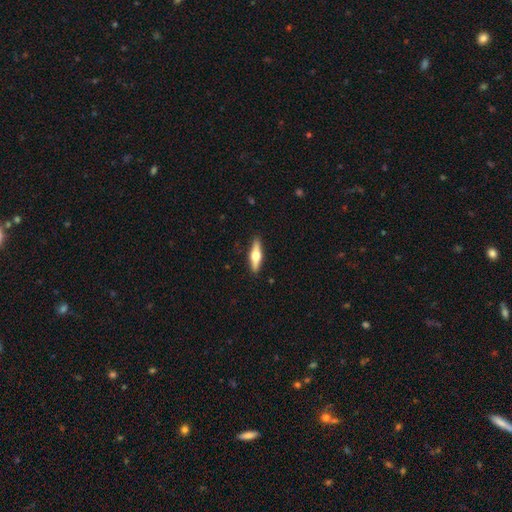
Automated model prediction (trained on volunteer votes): This is possibly a featured or disk galaxy (57%). It is clearly viewed edge-on (95%). Edge-on bulge: clearly rounded (96%). Merging: clearly none (90%).